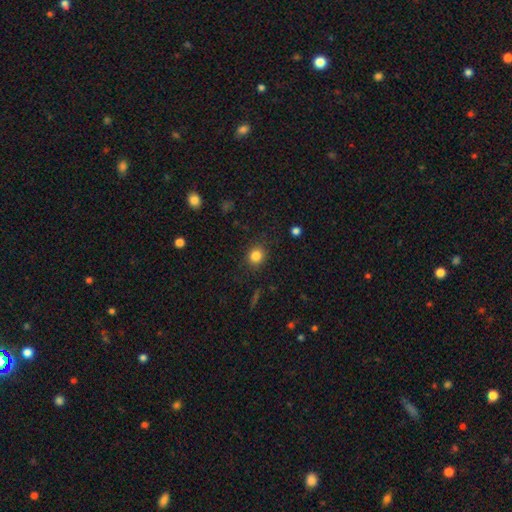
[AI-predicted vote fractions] Smooth or featured: smooth — 84% (star or artifact — 11%)
How rounded: round — 76% (in between — 23%)
Merging: none — 86% (minor disturbance — 10%)